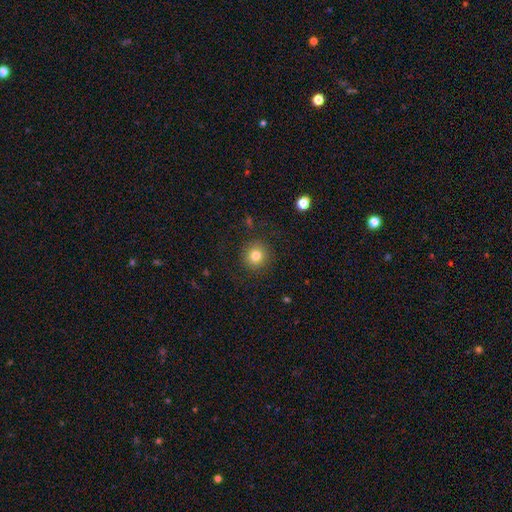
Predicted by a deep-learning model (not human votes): Smooth or featured? smooth (81%)
How rounded? round (92%)
Merging? none (89%)